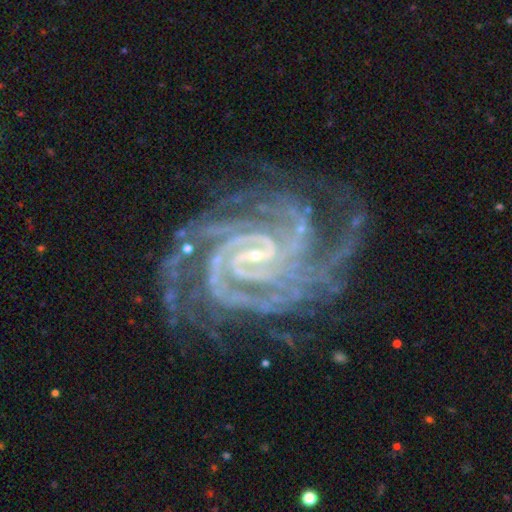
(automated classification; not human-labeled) The model was most divided on "spiral arm count": 4: 26%, 3: 20%, 2: 19%, more than 4: 15%, can't tell: 12%, 1: 8%. Remaining: spiral arms — yes (99%); edge-on disk — no (98%); smooth or featured — featured or disk (93%); bulge size — small (76%); spiral winding — tight (75%); merging — none (71%); bar — weak (43%).